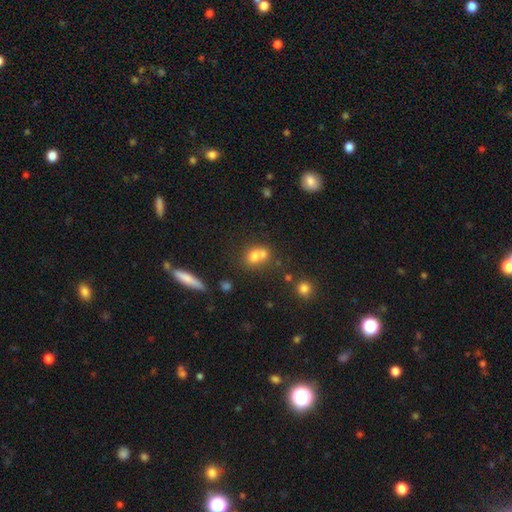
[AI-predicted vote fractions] A smooth galaxy with no disk features (68%) that is round (57%).

Vote fractions:
- Smooth or featured? smooth: 68% / featured or disk: 18% / star or artifact: 14%
- How rounded? round: 57% / in between: 40% / cigar-shaped: 3%
- Merging? merger: 57% / none: 31% / minor disturbance: 8% / major disturbance: 4%